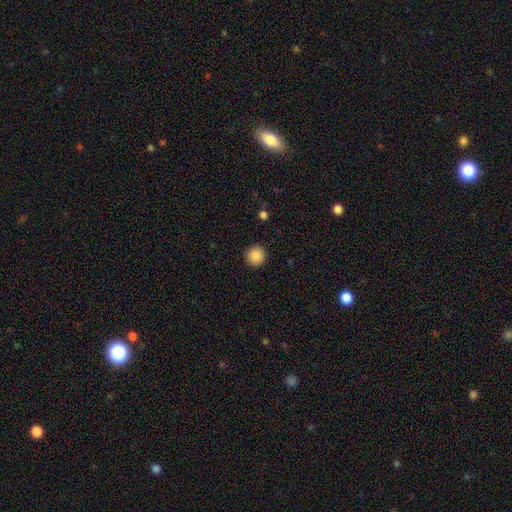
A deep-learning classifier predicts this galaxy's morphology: Smooth or featured?
  - smooth: 88% *
  - star or artifact: 9%
  - featured or disk: 3%
How rounded?
  - round: 94% *
  - in between: 5%
  - cigar-shaped: 1%
Merging?
  - none: 92% *
  - minor disturbance: 5%
  - major disturbance: 2%
  - merger: 1%